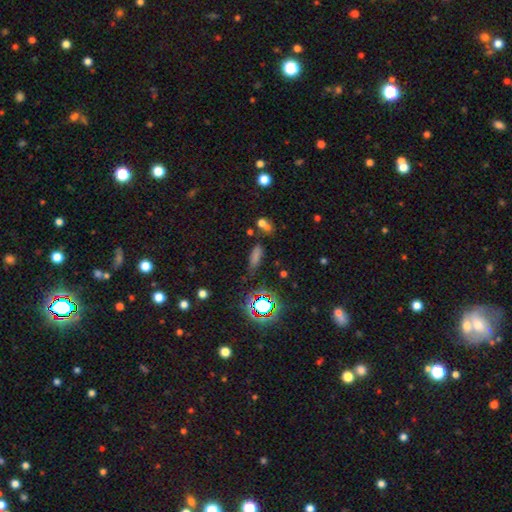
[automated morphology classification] This appears to be a smooth galaxy with no disk features (48%). Merging: none (73%).